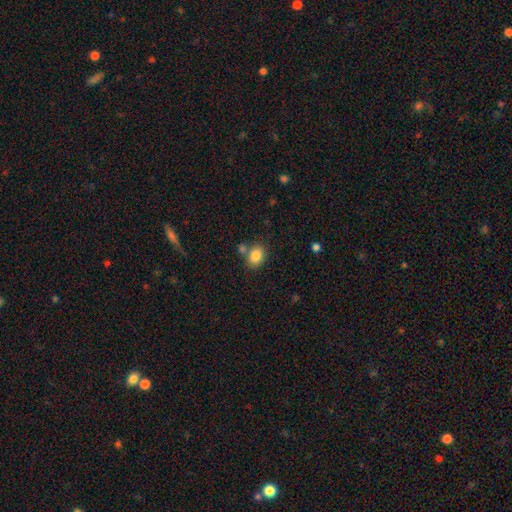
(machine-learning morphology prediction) Overall: smooth (84%). How rounded: in between (63%; round 36%). Merging: none (68%).